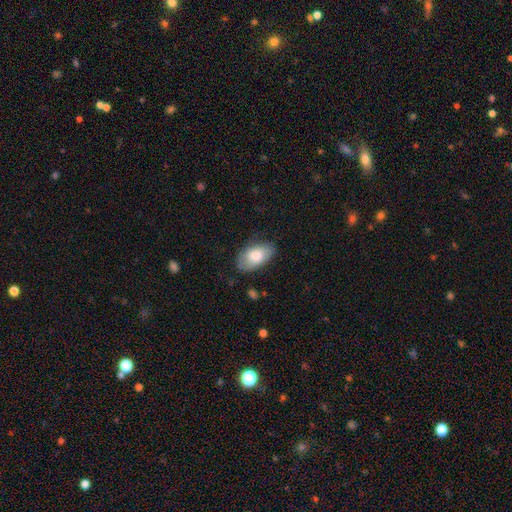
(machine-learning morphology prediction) Smooth or featured: smooth — 75% (featured or disk — 19%)
How rounded: in between — 94% (round — 4%)
Merging: none — 73% (minor disturbance — 20%)